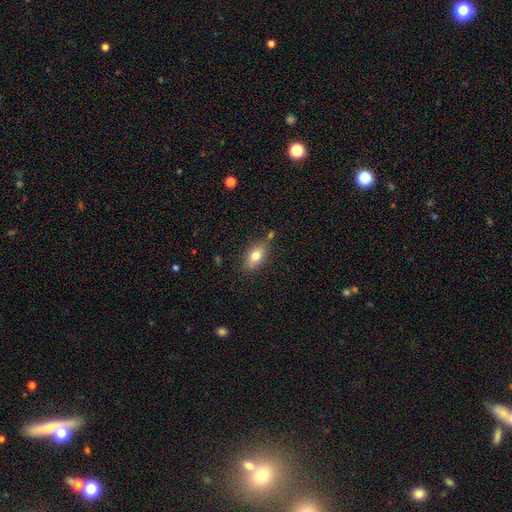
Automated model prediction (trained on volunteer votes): Smooth or featured? smooth (74%)
How rounded? in between (85%)
Merging? none (76%)